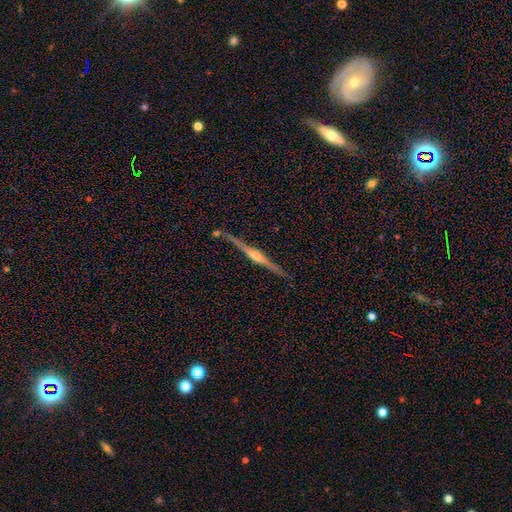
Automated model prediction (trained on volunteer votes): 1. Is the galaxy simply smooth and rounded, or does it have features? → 87% featured or disk, 7% smooth, 6% star or artifact.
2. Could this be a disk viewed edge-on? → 98% yes, 2% no.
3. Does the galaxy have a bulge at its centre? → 90% rounded, 5% boxy, 5% none.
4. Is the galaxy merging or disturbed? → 88% none, 8% minor disturbance, 2% merger, 2% major disturbance.